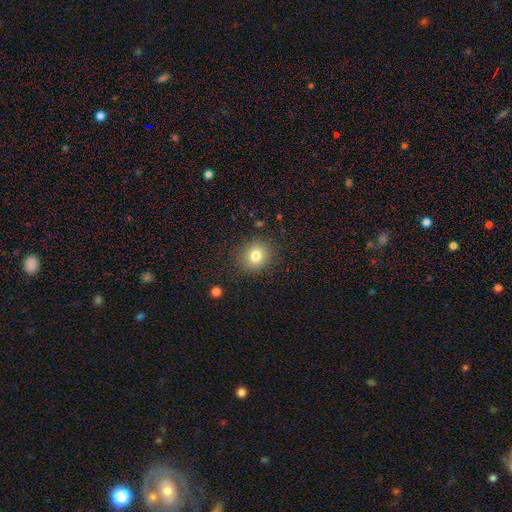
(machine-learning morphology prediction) Overall: smooth (80%). How rounded: round (76%). Merging: none (87%).